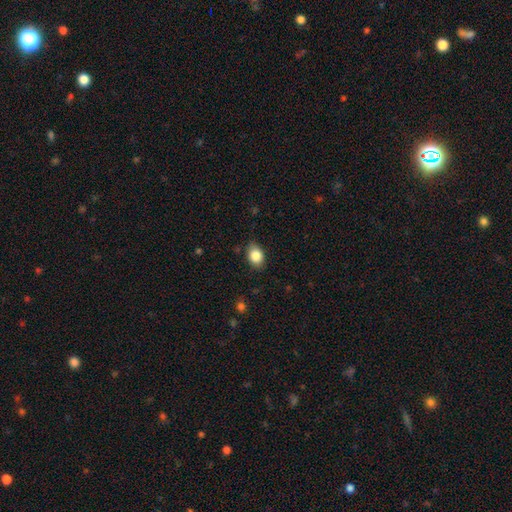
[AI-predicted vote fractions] Smooth or featured? smooth (85%)
How rounded? in between (71%)
Merging? none (81%)